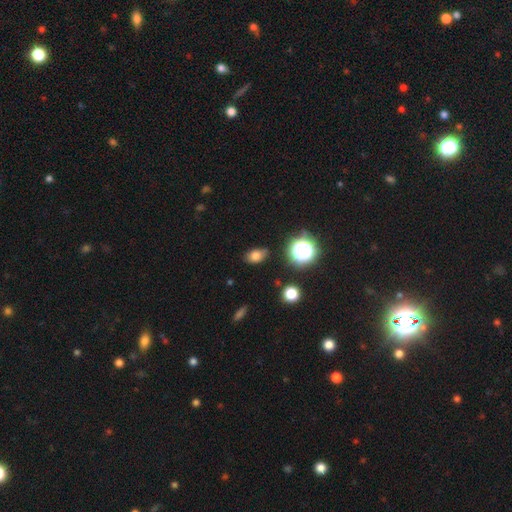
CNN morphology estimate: Q: Smooth or featured?
A: smooth (76%); runner-up: star or artifact (16%)
Q: How rounded?
A: in between (75%); runner-up: round (24%)
Q: Merging?
A: none (75%); runner-up: minor disturbance (17%)